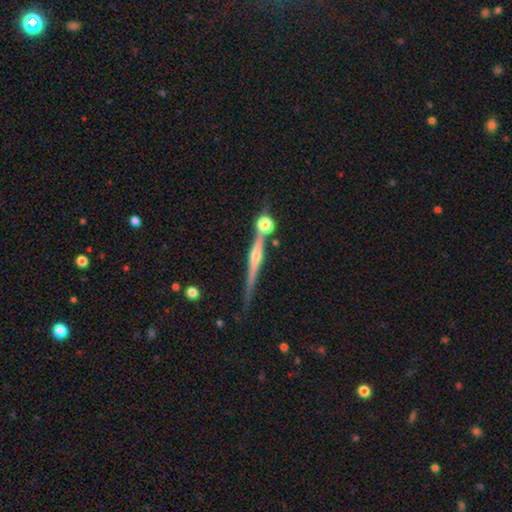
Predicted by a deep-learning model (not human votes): smooth-or-featured: featured or disk: 78% | smooth: 14% | star or artifact: 8%
  disk-edge-on: yes: 98% | no: 2%
    edge-on-bulge: rounded: 79% | none: 12% | boxy: 9%
  merging: none: 75% | minor disturbance: 12% | merger: 10% | major disturbance: 3%